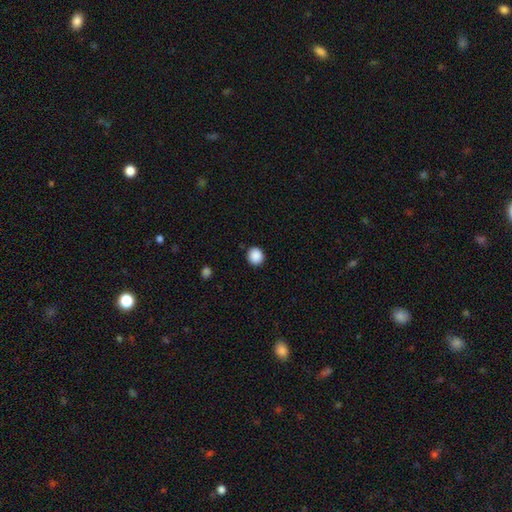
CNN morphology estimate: A smooth galaxy with no disk features (89%) that is round (90%).

Vote fractions:
- Smooth or featured? smooth: 89% / star or artifact: 9% / featured or disk: 2%
- How rounded? round: 90% / in between: 9% / cigar-shaped: 1%
- Merging? none: 91% / minor disturbance: 6% / major disturbance: 2% / merger: 1%